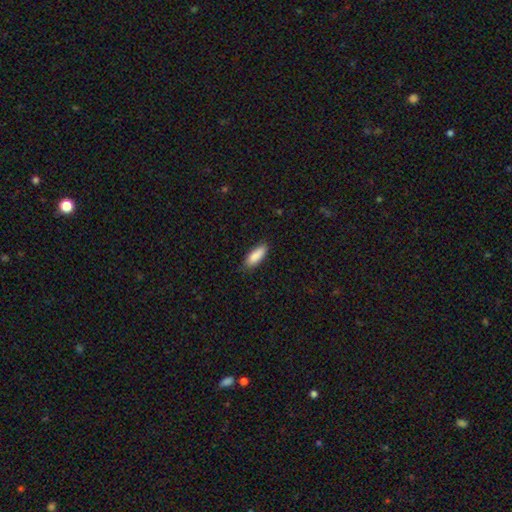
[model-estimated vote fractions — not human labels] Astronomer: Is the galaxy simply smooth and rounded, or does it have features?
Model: smooth — 88%.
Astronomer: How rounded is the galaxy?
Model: in between — 64%.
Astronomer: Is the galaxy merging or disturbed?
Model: none — 84%.